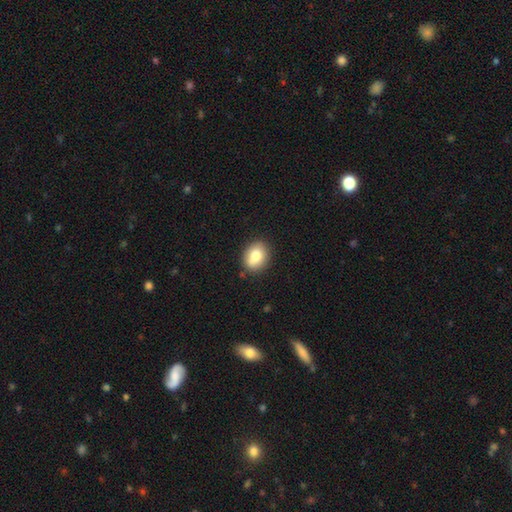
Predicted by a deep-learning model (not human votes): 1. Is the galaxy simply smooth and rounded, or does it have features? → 78% smooth, 13% featured or disk, 9% star or artifact.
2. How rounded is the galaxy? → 50% in between, 49% round, 1% cigar-shaped.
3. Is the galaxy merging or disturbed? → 82% none, 12% minor disturbance, 4% merger, 3% major disturbance.